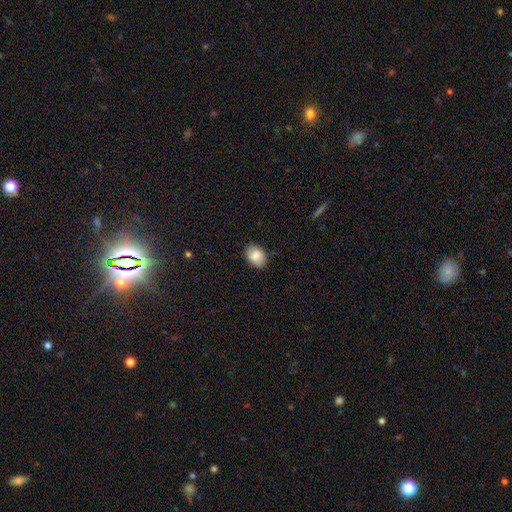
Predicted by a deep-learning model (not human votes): Smooth or featured? smooth (86%)
How rounded? in between (75%)
Merging? none (84%)